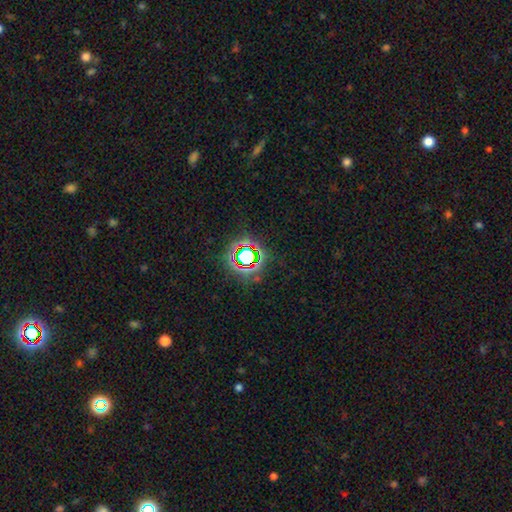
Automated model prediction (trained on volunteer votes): Smooth or featured: star or artifact — 77% (smooth — 14%)